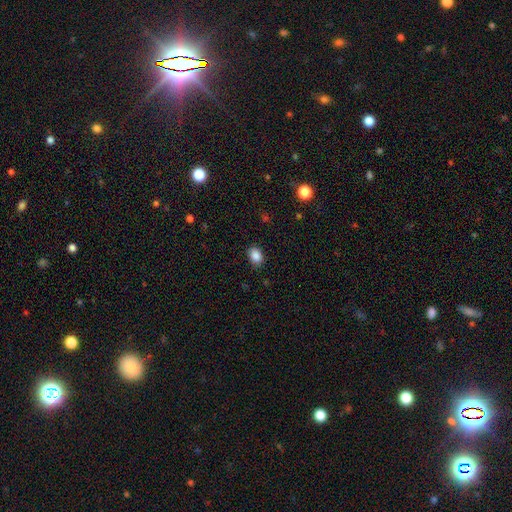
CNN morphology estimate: Overall: smooth (87%). How rounded: in between (72%). Merging: none (83%).